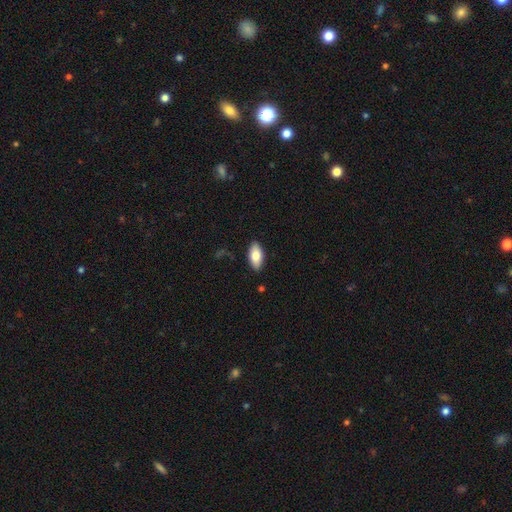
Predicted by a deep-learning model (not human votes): Smooth or featured?
  - smooth: 79% *
  - featured or disk: 15%
  - star or artifact: 6%
How rounded?
  - in between: 91% *
  - cigar-shaped: 6%
  - round: 3%
Merging?
  - none: 88% *
  - minor disturbance: 9%
  - major disturbance: 2%
  - merger: 1%